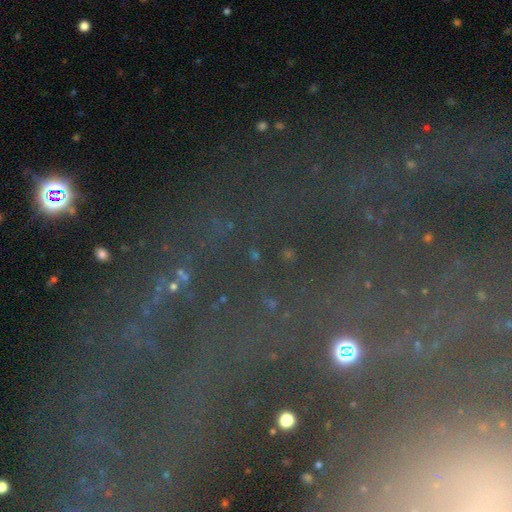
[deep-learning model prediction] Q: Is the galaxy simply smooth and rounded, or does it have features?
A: star or artifact — 70%.